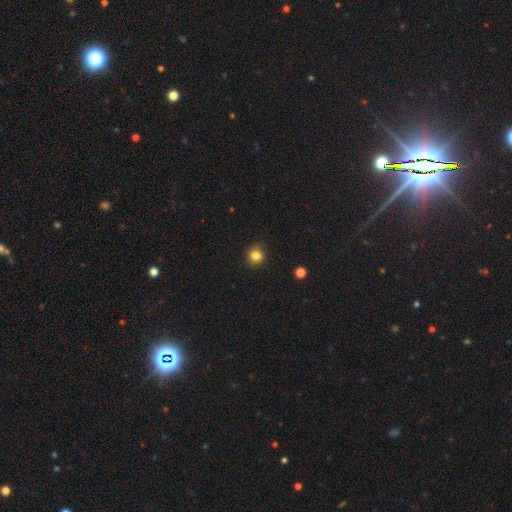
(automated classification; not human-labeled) The model was most divided on "smooth or featured": smooth: 83%, star or artifact: 12%, featured or disk: 5%. More confident: merging — none (89%); how rounded — round (85%).